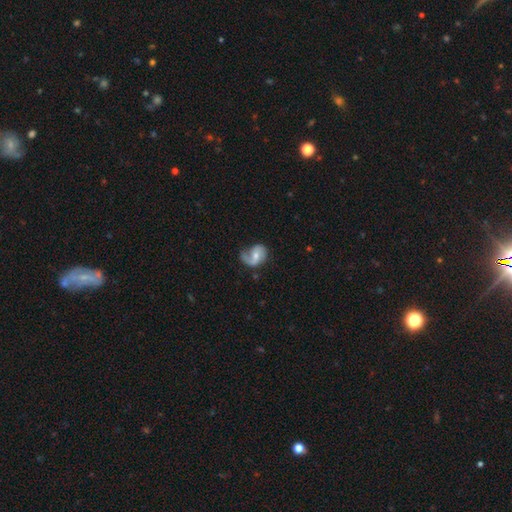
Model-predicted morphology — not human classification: This is likely a featured or disk galaxy (70%). It is clearly not viewed edge-on (97%). Bar: marginally no (43%). Spiral arm pattern: clearly yes (89%). Spiral arm count: possibly 2 (55%). Spiral winding: marginally medium (41%). Central bulge: possibly moderate (53%). Merging: possibly none (48%).